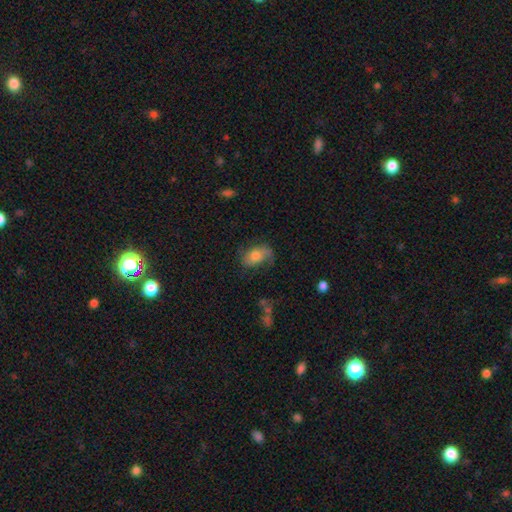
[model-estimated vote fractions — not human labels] This appears to be a smooth galaxy with no disk features (53%) that is in between round and cigar-shaped (82%). Merging: none (54%).